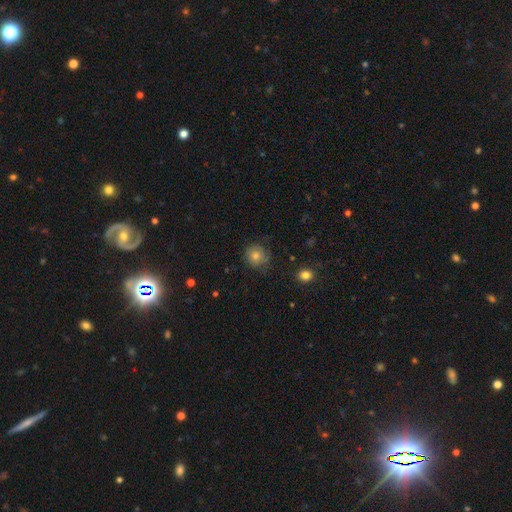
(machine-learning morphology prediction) This appears to be a smooth galaxy with no disk features (62%) that is round (89%). Merging: none (76%).